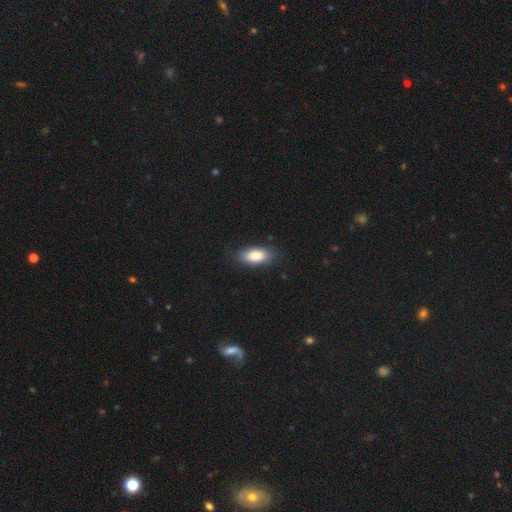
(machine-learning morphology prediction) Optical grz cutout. It shows a smooth galaxy with no disk features (85%) that is in between round and cigar-shaped (87%). Merging: none (84%).